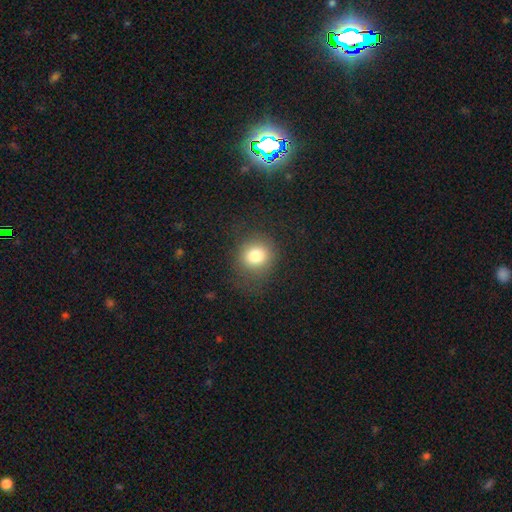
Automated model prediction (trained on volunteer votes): A smooth galaxy with no disk features (80%) that is round (83%).

Vote fractions:
- Smooth or featured? smooth: 80% / star or artifact: 12% / featured or disk: 8%
- How rounded? round: 83% / in between: 16% / cigar-shaped: 1%
- Merging? none: 80% / minor disturbance: 12% / major disturbance: 7% / merger: 1%